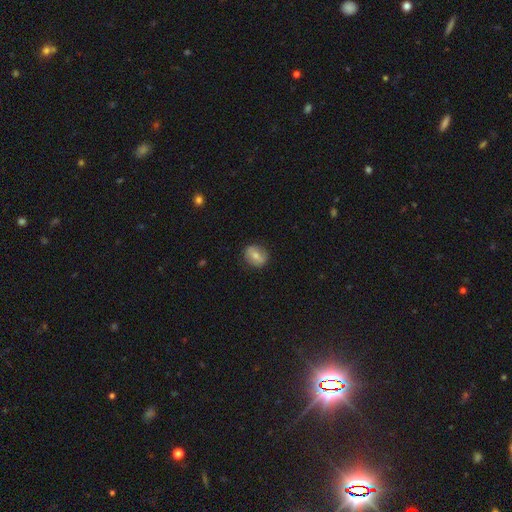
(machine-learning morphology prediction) This appears to be a smooth galaxy with no disk features (55%) that is round (57%). Merging: none (83%).